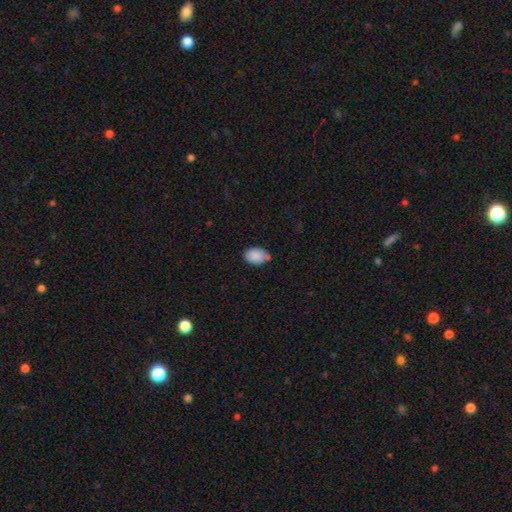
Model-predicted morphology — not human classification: smooth 87%, star or artifact 7%, featured or disk 5%. Down the decision tree: how rounded — in between (83%); merging — none (61%).